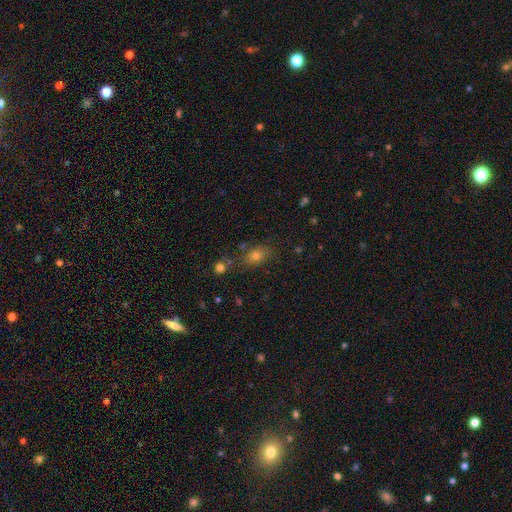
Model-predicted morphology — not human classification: The model was most divided on "how rounded": in between: 68%, round: 27%, cigar-shaped: 5%. More confident: merging — none (73%); smooth or featured — smooth (67%).